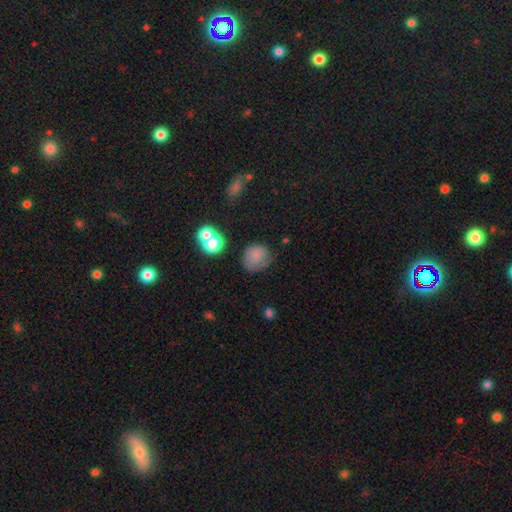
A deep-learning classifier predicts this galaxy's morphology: Overall: smooth (75%). How rounded: round (76%). Merging: none (59%; minor disturbance 24%).